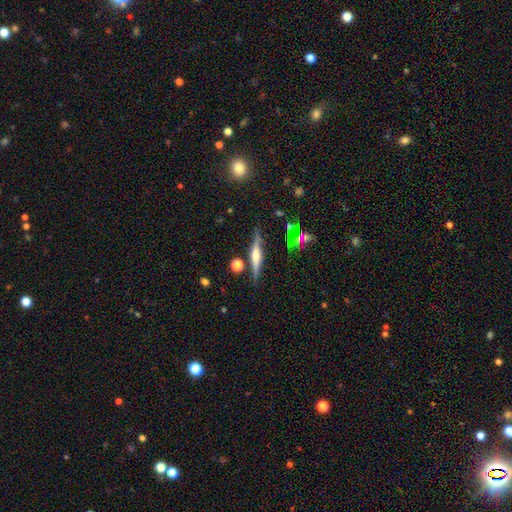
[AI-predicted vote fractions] smooth-or-featured: featured or disk: 66% | smooth: 24% | star or artifact: 10%
  disk-edge-on: yes: 96% | no: 4%
    edge-on-bulge: rounded: 77% | boxy: 15% | none: 7%
  merging: none: 82% | minor disturbance: 11% | merger: 4% | major disturbance: 3%